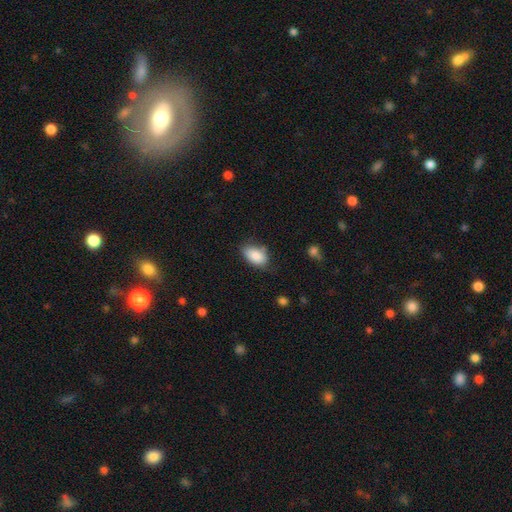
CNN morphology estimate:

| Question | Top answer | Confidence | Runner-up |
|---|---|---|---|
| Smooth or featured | smooth | 87% | star or artifact (7%) |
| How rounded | in between | 92% | round (6%) |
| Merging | none | 67% | minor disturbance (25%) |